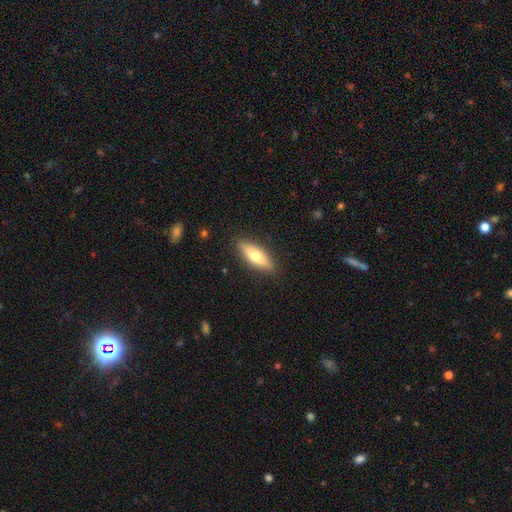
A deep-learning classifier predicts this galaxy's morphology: This is possibly a smooth galaxy (59%). How rounded: possibly in between (52%). Merging: clearly none (88%).